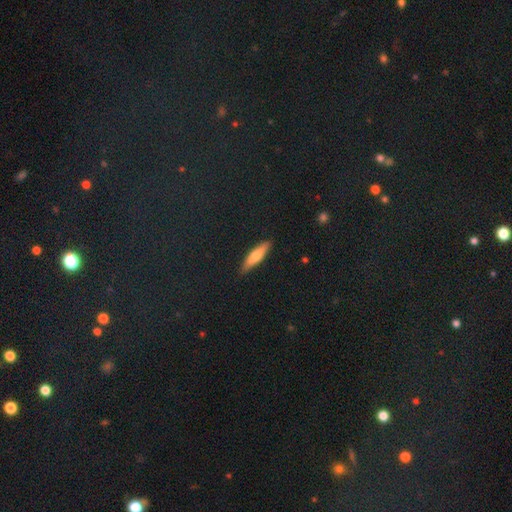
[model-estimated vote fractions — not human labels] This is likely a smooth galaxy (62%). How rounded: likely cigar-shaped (71%). Merging: clearly none (87%).